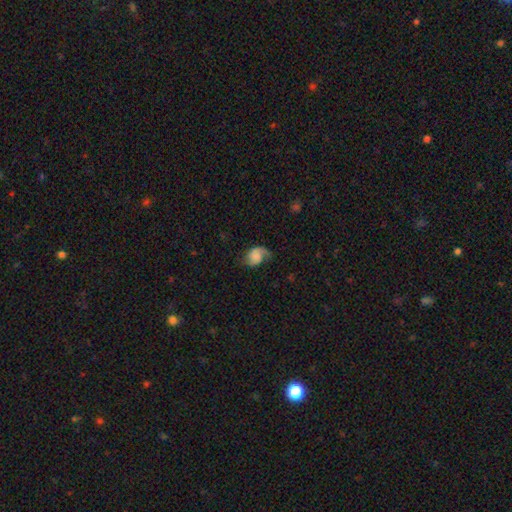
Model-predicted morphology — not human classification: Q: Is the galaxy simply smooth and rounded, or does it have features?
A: featured or disk — 52%.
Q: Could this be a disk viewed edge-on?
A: no — 98%.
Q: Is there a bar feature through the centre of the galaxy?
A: no — 67%.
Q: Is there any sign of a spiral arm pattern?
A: yes — 90%.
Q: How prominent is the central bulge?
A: none — 51%.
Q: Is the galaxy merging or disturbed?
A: none — 47%.